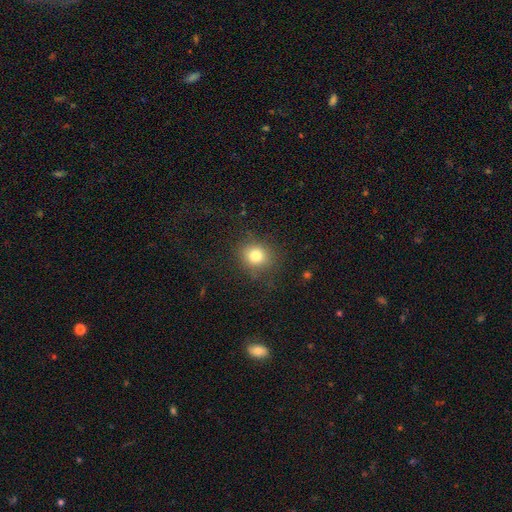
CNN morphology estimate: The model was most divided on "how rounded": round: 76%, in between: 23%, cigar-shaped: 1%. More confident: merging — none (81%); smooth or featured — smooth (79%).